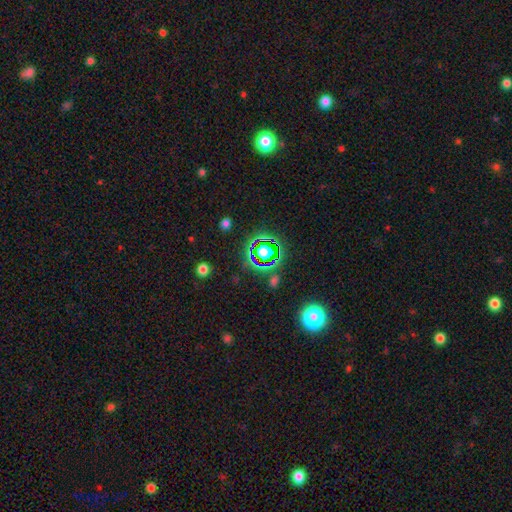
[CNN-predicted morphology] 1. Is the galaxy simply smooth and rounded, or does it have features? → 74% star or artifact, 16% smooth, 10% featured or disk.